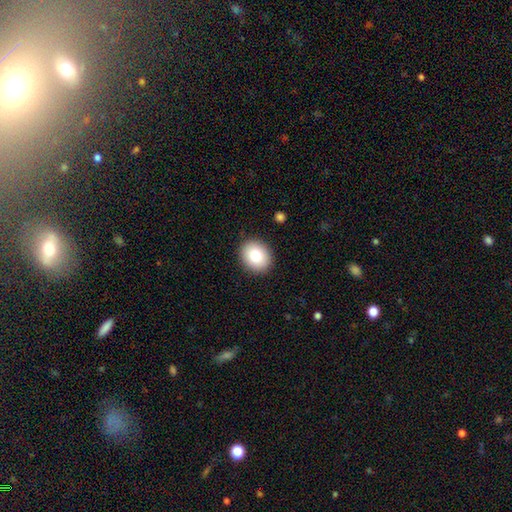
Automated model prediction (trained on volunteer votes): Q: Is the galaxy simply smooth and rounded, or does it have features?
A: smooth — 81%.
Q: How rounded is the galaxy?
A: round — 62%.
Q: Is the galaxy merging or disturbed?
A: none — 90%.